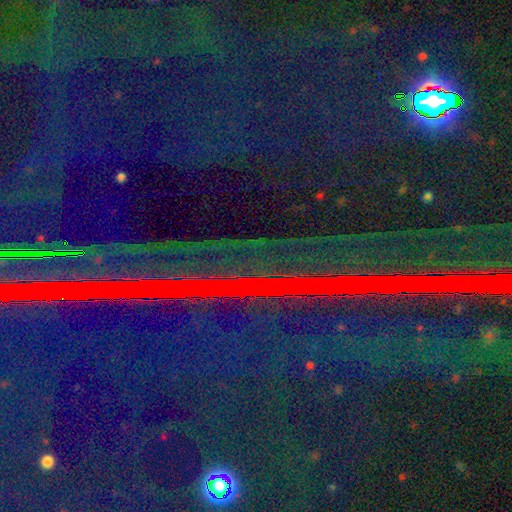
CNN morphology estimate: Q: Smooth or featured?
A: star or artifact (89%); runner-up: featured or disk (6%)